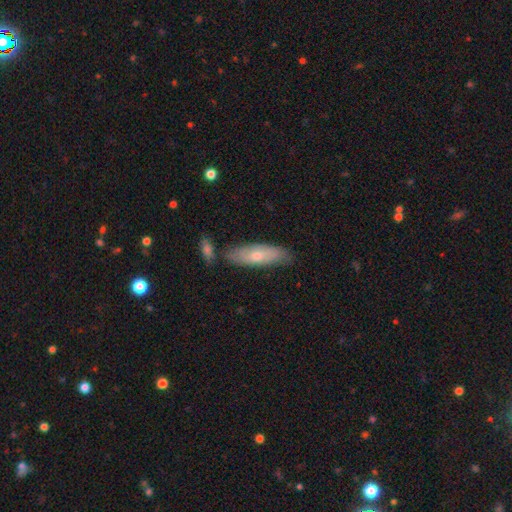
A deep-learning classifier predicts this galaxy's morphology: This is possibly a smooth galaxy (58%). How rounded: possibly cigar-shaped (51%). Merging: likely none (74%).